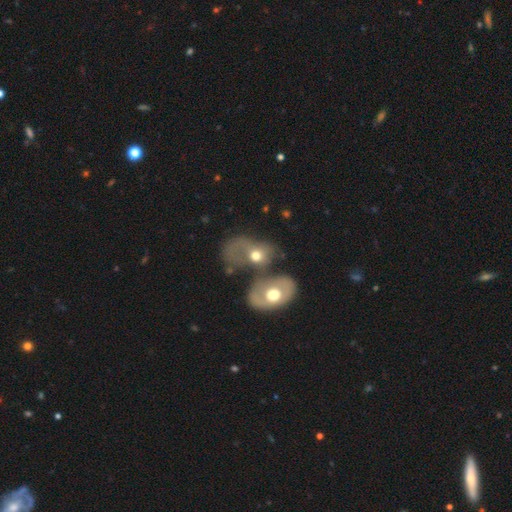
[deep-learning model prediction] smooth_or_featured: smooth (p=0.51) [alt: featured or disk p=0.40]
how_rounded: in between (p=0.68) [alt: round p=0.31]
merging: merger (p=0.58) [alt: none p=0.17]